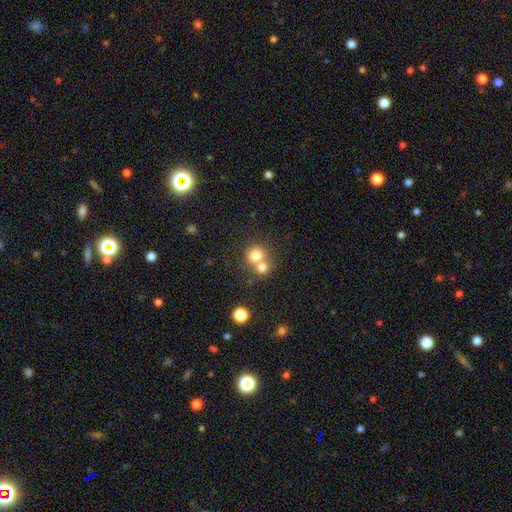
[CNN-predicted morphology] A smooth galaxy with no disk features (75%) that is round (86%). Merging: merger (54%).